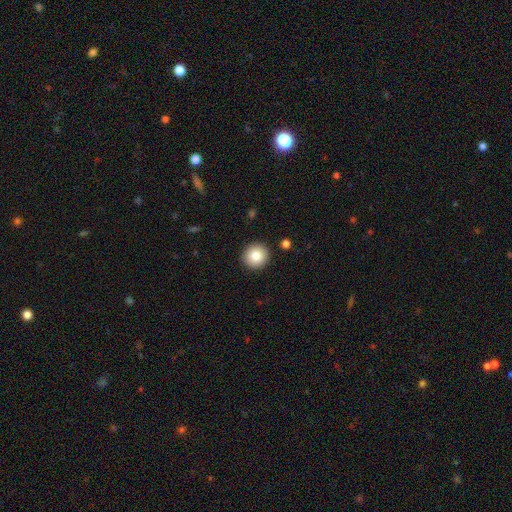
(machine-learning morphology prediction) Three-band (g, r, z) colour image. It shows a smooth galaxy with no disk features (84%) that is round (94%). Merging: none (92%).